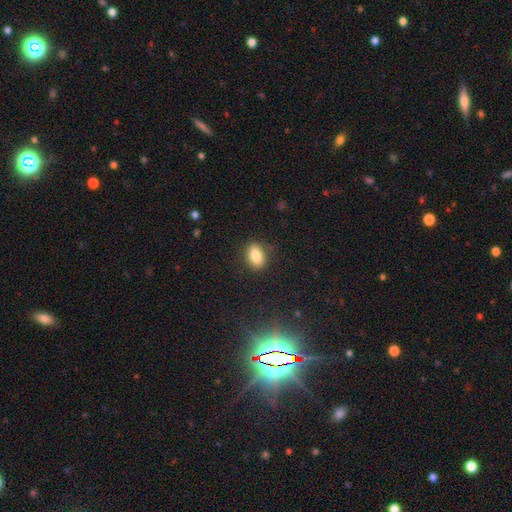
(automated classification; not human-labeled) Morphology: type=smooth (83%); roundness=in between (84%); merging=none (84%).